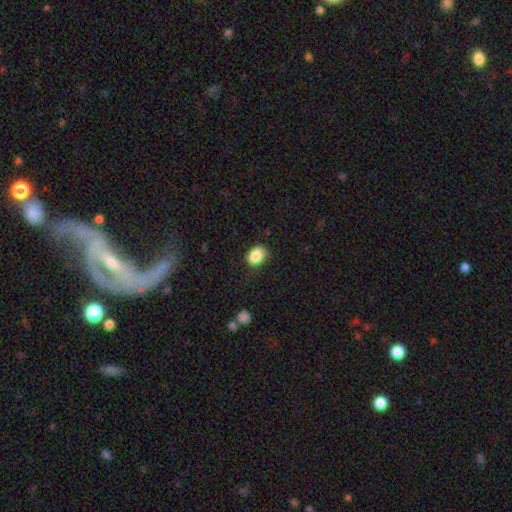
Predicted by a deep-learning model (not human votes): Smooth or featured: smooth — 86% (star or artifact — 9%)
How rounded: in between — 62% (round — 37%)
Merging: none — 73% (minor disturbance — 21%)